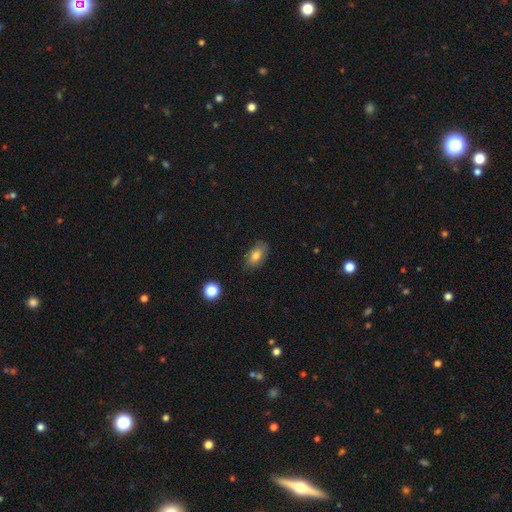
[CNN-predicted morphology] Smooth or featured? Predicted: smooth (p=0.77). How rounded? Predicted: in between (p=0.89). Merging? Predicted: none (p=0.80).